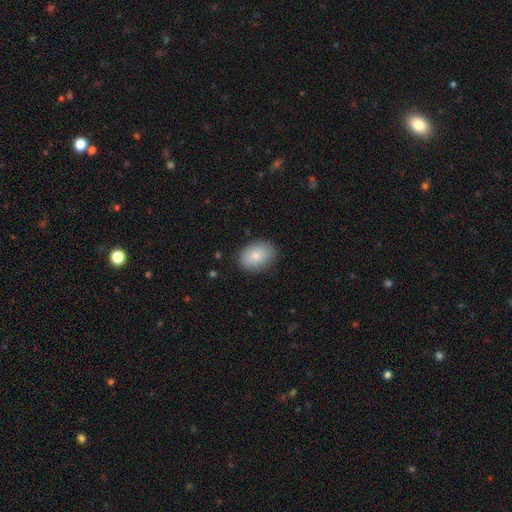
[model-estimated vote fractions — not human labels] Smooth or featured?
  - smooth: 83% *
  - featured or disk: 10%
  - star or artifact: 7%
How rounded?
  - in between: 77% *
  - round: 22%
  - cigar-shaped: 1%
Merging?
  - none: 82% *
  - minor disturbance: 14%
  - major disturbance: 3%
  - merger: 1%